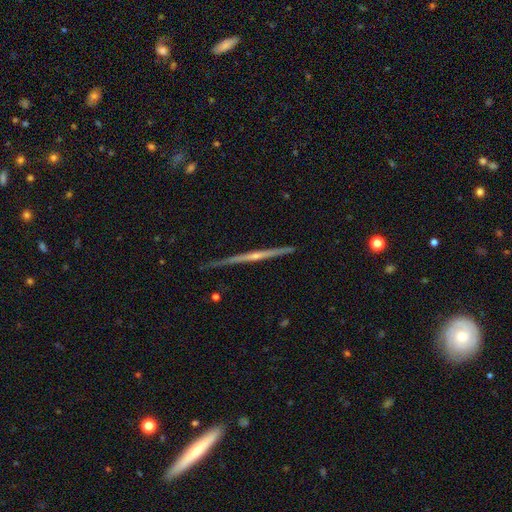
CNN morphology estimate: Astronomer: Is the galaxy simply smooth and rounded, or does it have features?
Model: featured or disk — 78%.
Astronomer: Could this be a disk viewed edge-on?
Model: yes — 98%.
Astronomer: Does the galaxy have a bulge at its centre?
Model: rounded — 67%.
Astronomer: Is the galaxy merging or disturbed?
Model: none — 88%.